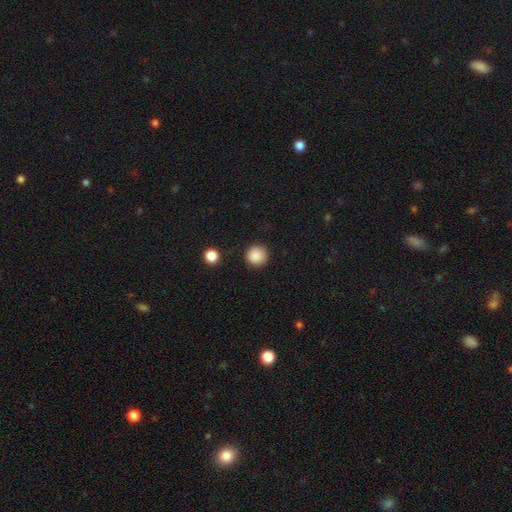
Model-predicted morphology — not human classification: smooth-or-featured: smooth: 88% | star or artifact: 9% | featured or disk: 3%
  how-rounded: round: 95% | in between: 4% | cigar-shaped: 1%
  merging: none: 89% | minor disturbance: 7% | major disturbance: 2% | merger: 1%